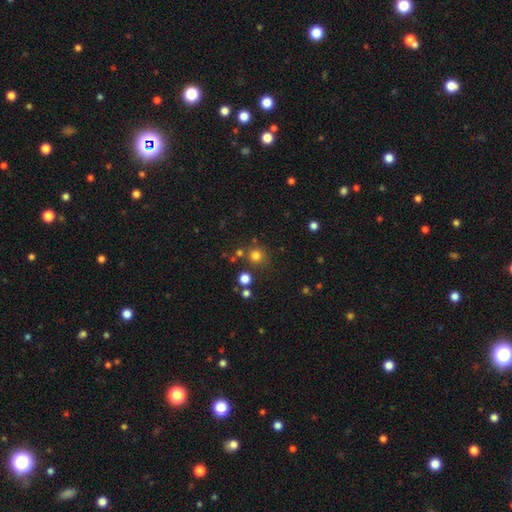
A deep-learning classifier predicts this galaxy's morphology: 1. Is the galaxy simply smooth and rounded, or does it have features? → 77% smooth, 17% star or artifact, 6% featured or disk.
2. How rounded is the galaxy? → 92% round, 7% in between, 1% cigar-shaped.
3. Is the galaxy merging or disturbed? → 79% none, 9% merger, 8% minor disturbance, 3% major disturbance.